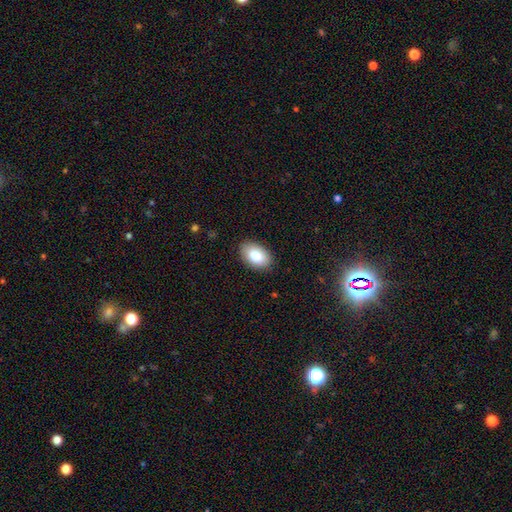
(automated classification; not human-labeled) smooth_or_featured: smooth (p=0.85) [alt: featured or disk p=0.09]
how_rounded: in between (p=0.92) [alt: round p=0.07]
merging: none (p=0.87) [alt: minor disturbance p=0.10]